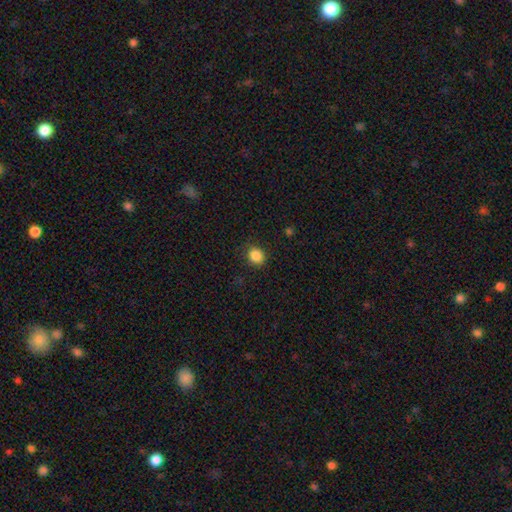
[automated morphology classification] Q: Smooth or featured?
A: smooth (86%); runner-up: star or artifact (10%)
Q: How rounded?
A: round (78%); runner-up: in between (21%)
Q: Merging?
A: none (86%); runner-up: minor disturbance (10%)